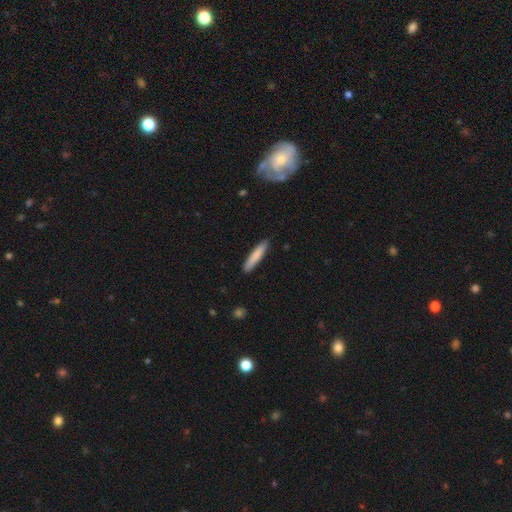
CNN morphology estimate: Smooth or featured?
  - smooth: 82% *
  - featured or disk: 12%
  - star or artifact: 5%
How rounded?
  - cigar-shaped: 89% *
  - in between: 10%
  - round: 1%
Merging?
  - none: 89% *
  - minor disturbance: 8%
  - major disturbance: 2%
  - merger: 1%